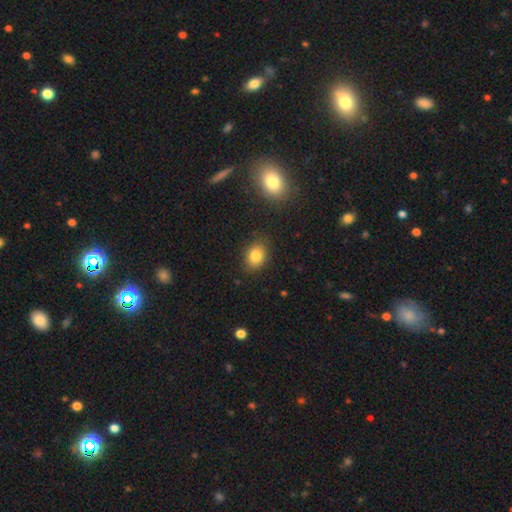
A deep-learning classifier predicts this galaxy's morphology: Smooth or featured? smooth (81%)
How rounded? in between (55%)
Merging? none (84%)